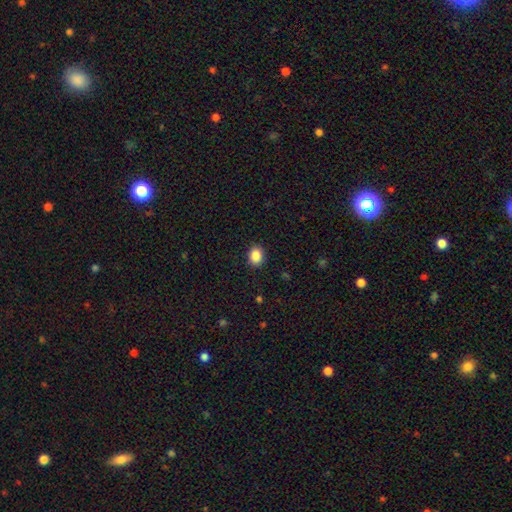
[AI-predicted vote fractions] Smooth or featured? smooth (88%)
How rounded? in between (53%)
Merging? none (89%)